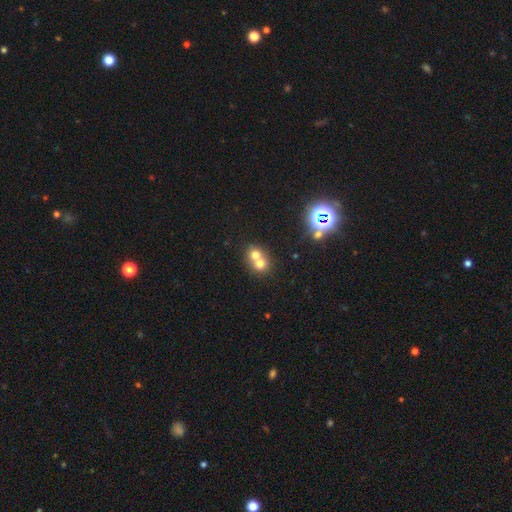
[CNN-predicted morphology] Smooth or featured: smooth — 67% (featured or disk — 18%)
How rounded: round — 76% (in between — 23%)
Merging: merger — 67% (none — 26%)